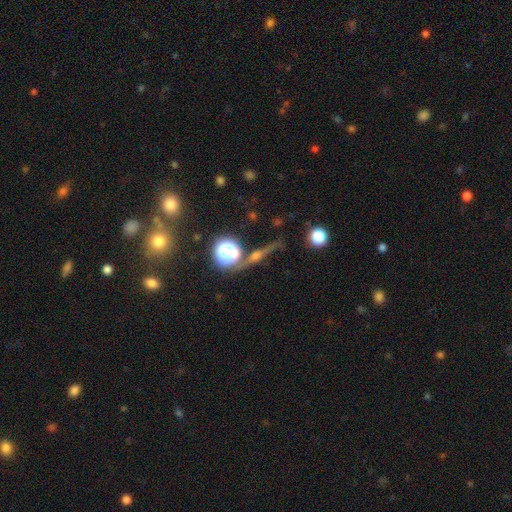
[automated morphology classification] Smooth or featured?
  - featured or disk: 56% *
  - star or artifact: 23%
  - smooth: 22%
Edge-on disk?
  - yes: 86% *
  - no: 14%
Merging?
  - none: 76% *
  - minor disturbance: 12%
  - major disturbance: 6%
  - merger: 6%